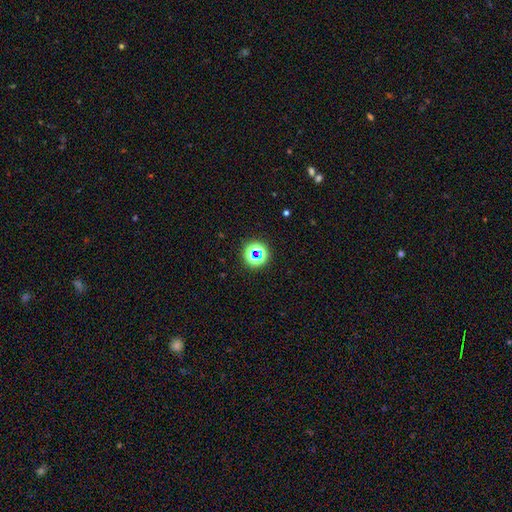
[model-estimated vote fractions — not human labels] Smooth or featured?
  - star or artifact: 63% *
  - smooth: 27%
  - featured or disk: 10%